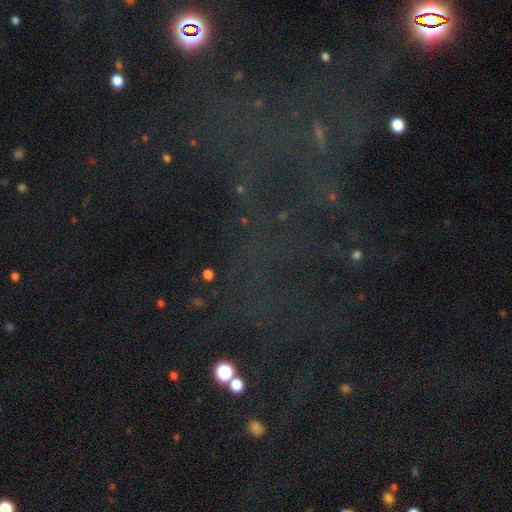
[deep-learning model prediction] This is likely a star or artifact rather than a galaxy (68%).